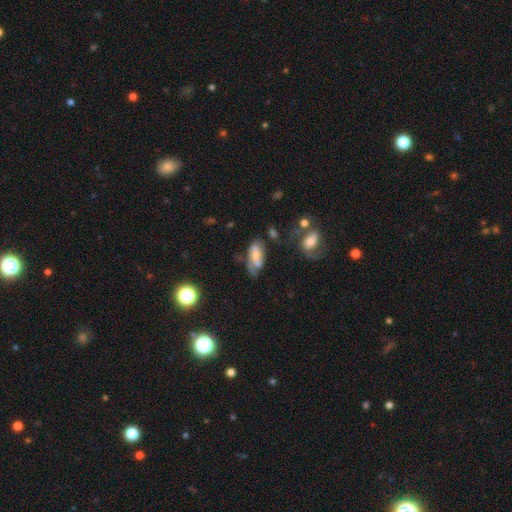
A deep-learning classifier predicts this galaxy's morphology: This is likely a featured or disk galaxy (62%). It is clearly not viewed edge-on (91%). Bar: marginally no (43%). Spiral arm pattern: clearly yes (81%). Central bulge: marginally small (44%). Merging: possibly none (53%).